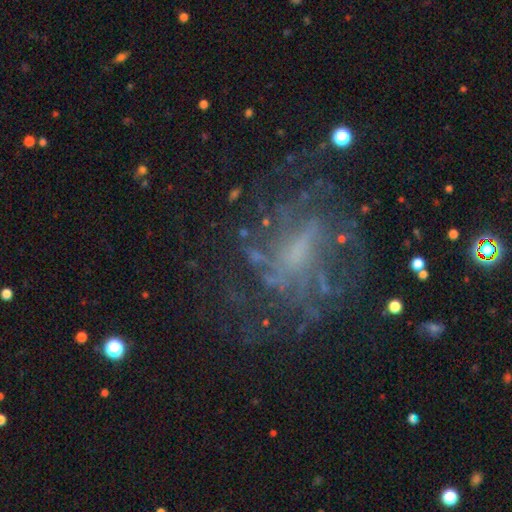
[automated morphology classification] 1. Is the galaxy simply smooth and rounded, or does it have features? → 69% featured or disk, 19% star or artifact, 13% smooth.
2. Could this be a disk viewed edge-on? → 96% no, 4% yes.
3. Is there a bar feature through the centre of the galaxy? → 52% no, 33% weak, 15% strong.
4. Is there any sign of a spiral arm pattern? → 77% yes, 23% no.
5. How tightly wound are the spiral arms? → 37% medium, 35% tight, 28% loose.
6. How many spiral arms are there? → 41% can't tell, 14% 4, 14% more than 4, 13% 3, 11% 2, 8% 1.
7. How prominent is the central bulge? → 41% small, 31% none, 22% moderate, 4% large, 2% dominant.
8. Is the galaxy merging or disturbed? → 58% none, 22% major disturbance, 17% minor disturbance, 3% merger.